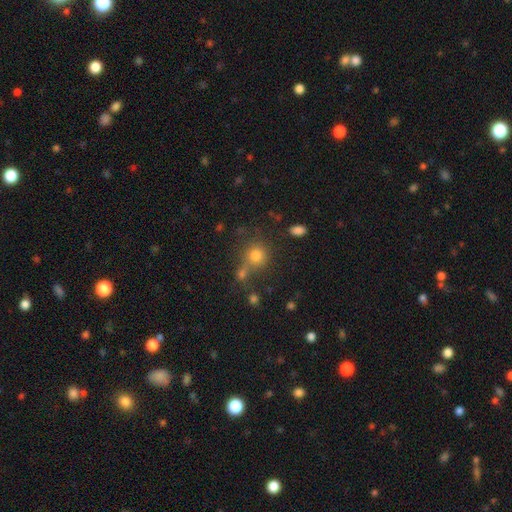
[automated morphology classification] smooth 76%, star or artifact 15%, featured or disk 9%. Down the decision tree: how rounded — round (86%); merging — none (57%).